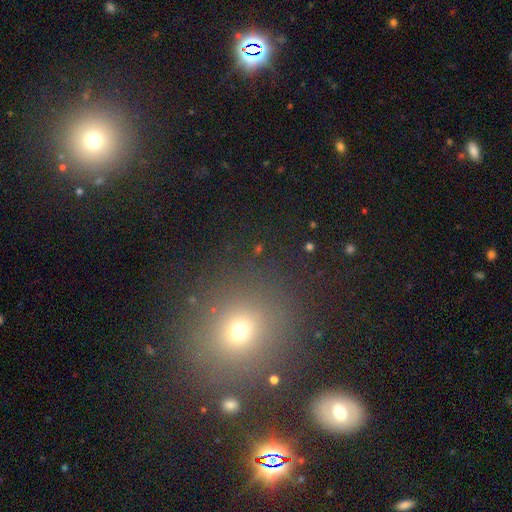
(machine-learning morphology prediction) type=smooth (53%); roundness=round (84%); merging=none (86%).